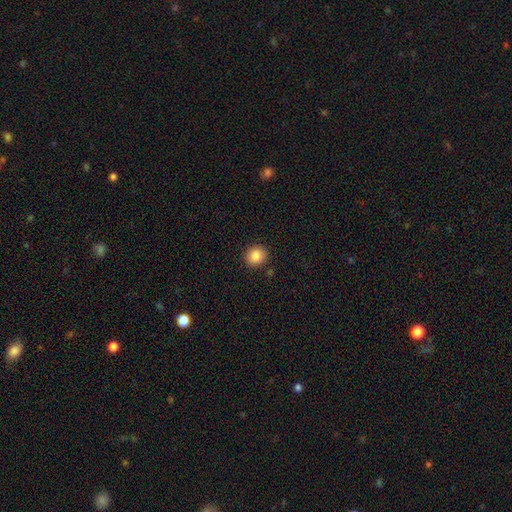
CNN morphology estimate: smooth-or-featured: smooth: 86% | star or artifact: 9% | featured or disk: 5%
  how-rounded: round: 79% | in between: 20% | cigar-shaped: 1%
  merging: none: 89% | minor disturbance: 7% | major disturbance: 2% | merger: 2%